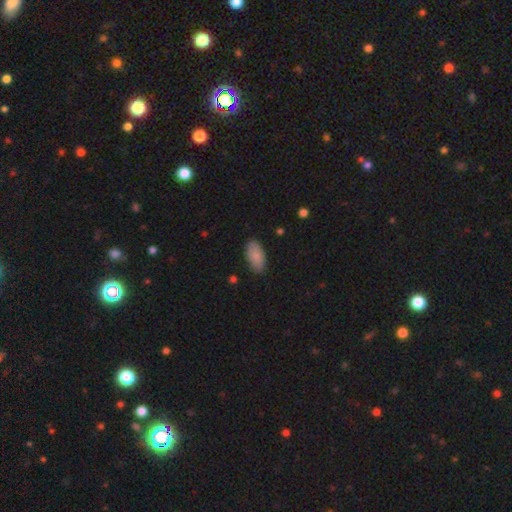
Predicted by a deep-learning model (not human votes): Q: Smooth or featured?
A: smooth (83%); runner-up: featured or disk (11%)
Q: How rounded?
A: in between (94%); runner-up: cigar-shaped (4%)
Q: Merging?
A: none (85%); runner-up: minor disturbance (12%)